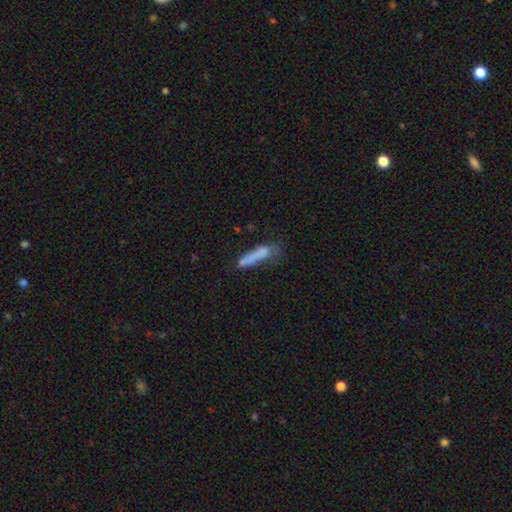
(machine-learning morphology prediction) Smooth or featured? smooth (71%)
How rounded? cigar-shaped (85%)
Merging? none (47%)